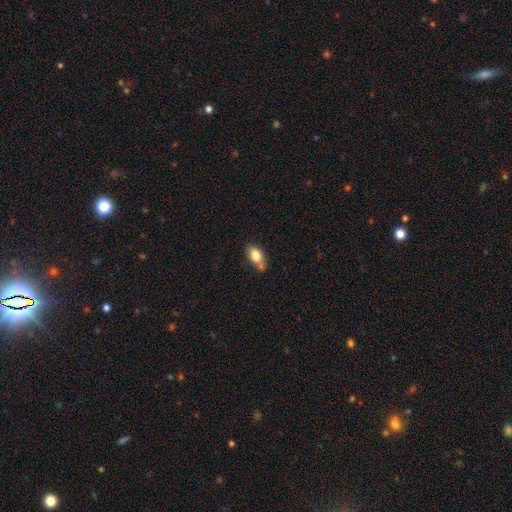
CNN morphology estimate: This is clearly a smooth galaxy (81%). How rounded: clearly in between (88%). Merging: likely none (61%).